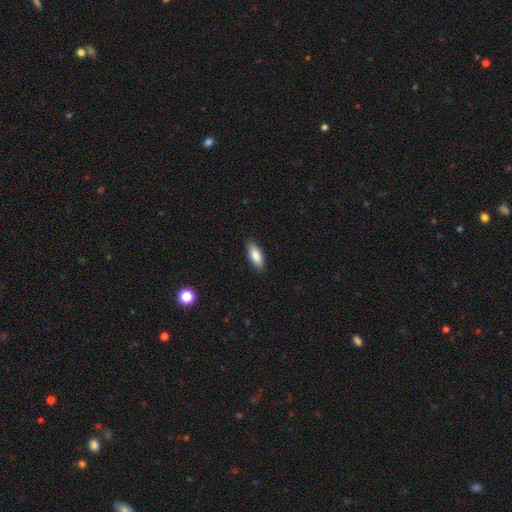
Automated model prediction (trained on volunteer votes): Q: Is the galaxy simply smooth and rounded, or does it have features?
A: smooth — 86%.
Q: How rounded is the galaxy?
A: in between — 79%.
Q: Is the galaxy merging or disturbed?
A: none — 88%.